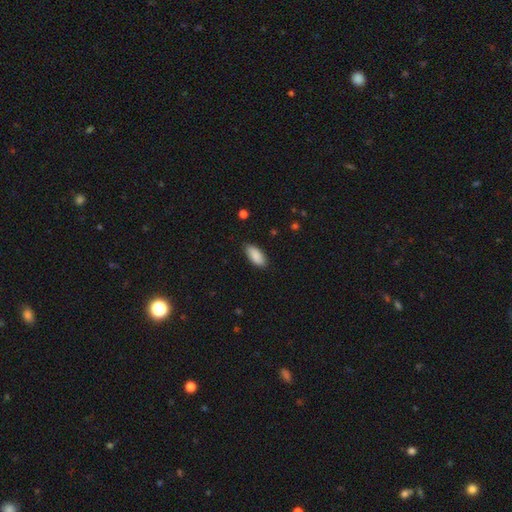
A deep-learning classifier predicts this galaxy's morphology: A smooth galaxy with no disk features (89%) that is in between round and cigar-shaped (89%).

Vote fractions:
- Smooth or featured? smooth: 89% / star or artifact: 6% / featured or disk: 5%
- How rounded? in between: 89% / cigar-shaped: 9% / round: 2%
- Merging? none: 86% / minor disturbance: 11% / major disturbance: 2% / merger: 1%